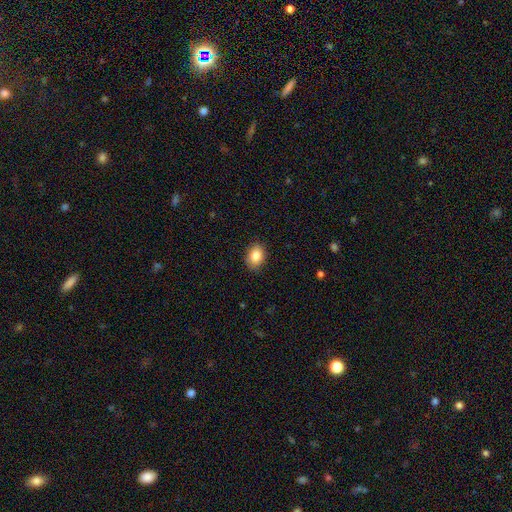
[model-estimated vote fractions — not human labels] smooth-or-featured: smooth: 84% | star or artifact: 8% | featured or disk: 7%
  how-rounded: in between: 69% | round: 30% | cigar-shaped: 1%
  merging: none: 87% | minor disturbance: 10% | major disturbance: 2% | merger: 1%